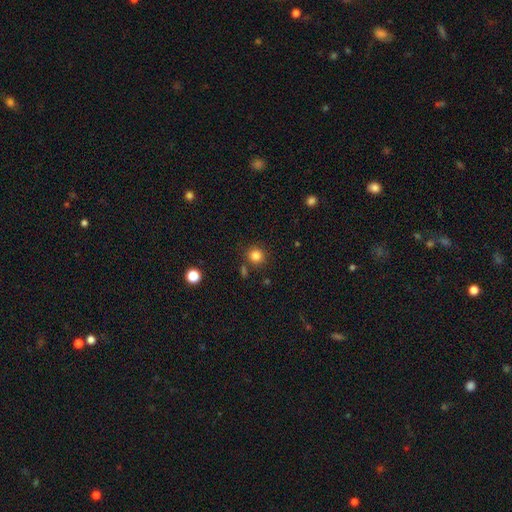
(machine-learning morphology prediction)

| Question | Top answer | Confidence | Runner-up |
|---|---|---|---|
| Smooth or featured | smooth | 83% | star or artifact (12%) |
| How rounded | round | 92% | in between (7%) |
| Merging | none | 85% | minor disturbance (8%) |